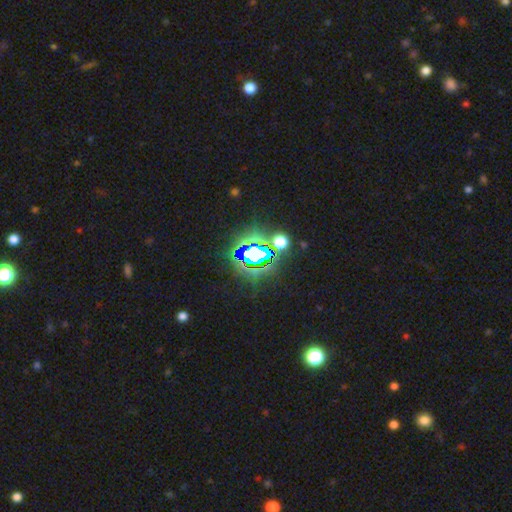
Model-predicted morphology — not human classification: Smooth or featured: star or artifact — 80% (smooth — 13%)